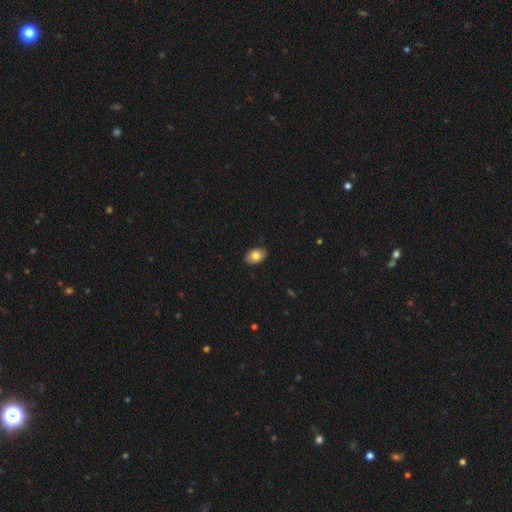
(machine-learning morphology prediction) Smooth or featured? Predicted: smooth (p=0.80). How rounded? Predicted: in between (p=0.88). Merging? Predicted: none (p=0.88).